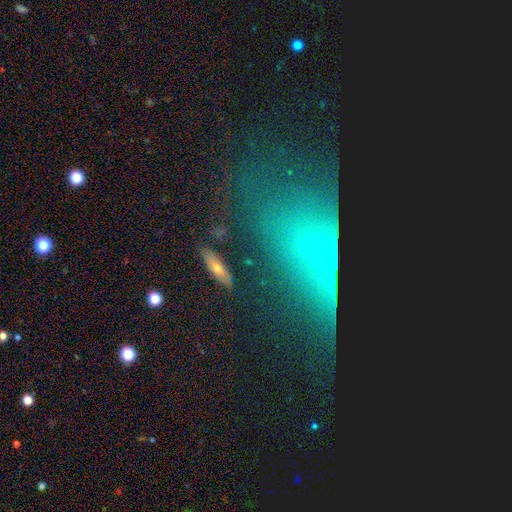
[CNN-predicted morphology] A star or artifact, not a galaxy (46%).